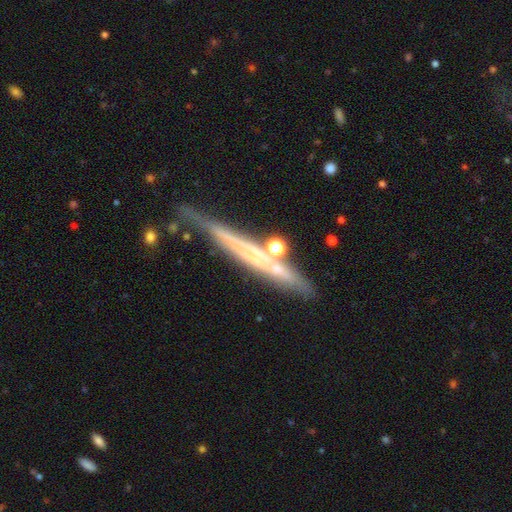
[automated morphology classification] Q: Smooth or featured?
A: featured or disk (59%); runner-up: smooth (31%)
Q: Edge-on disk?
A: yes (92%); runner-up: no (8%)
Q: Edge-on bulge?
A: none (70%); runner-up: rounded (21%)
Q: Merging?
A: none (66%); runner-up: minor disturbance (18%)